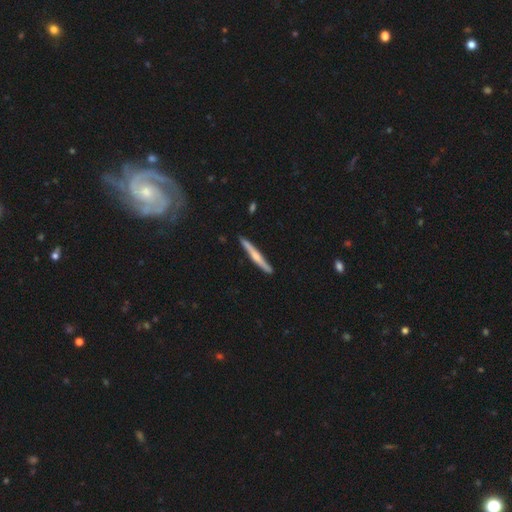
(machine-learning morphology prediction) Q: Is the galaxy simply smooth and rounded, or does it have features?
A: featured or disk — 54%.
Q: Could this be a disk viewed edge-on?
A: yes — 97%.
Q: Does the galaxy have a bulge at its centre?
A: rounded — 63%.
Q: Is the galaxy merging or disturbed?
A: none — 88%.